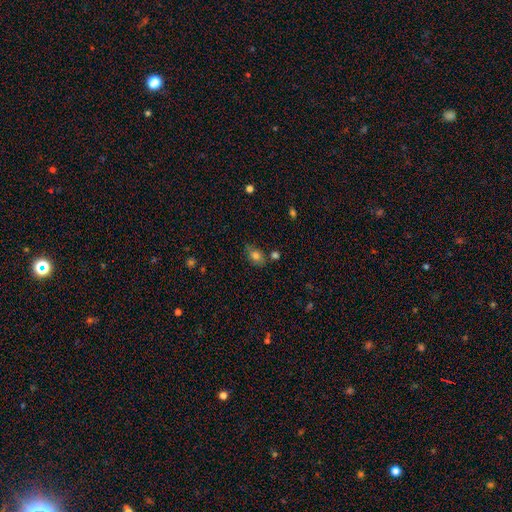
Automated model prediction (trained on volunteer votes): Morphology: type=smooth (77%); roundness=in between (71%); merging=none (70%).